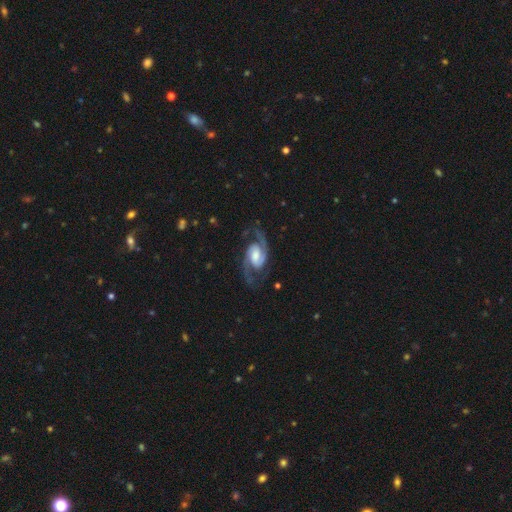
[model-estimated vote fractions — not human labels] Overall: featured or disk (92%). Edge-on disk: no (98%). Bar: weak (43%; no 42%). Spiral arms: yes (98%). Spiral arm count: 2 (93%). Spiral winding: medium (58%; loose 22%). Bulge size: moderate (42%; large 25%). Merging: none (75%).